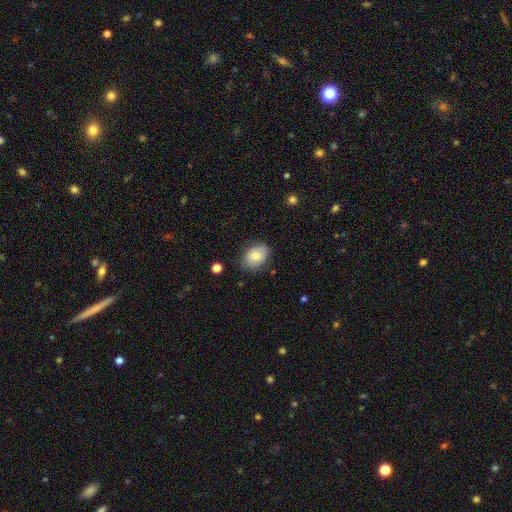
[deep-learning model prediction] Overall: smooth (67%). How rounded: in between (75%). Merging: none (74%).